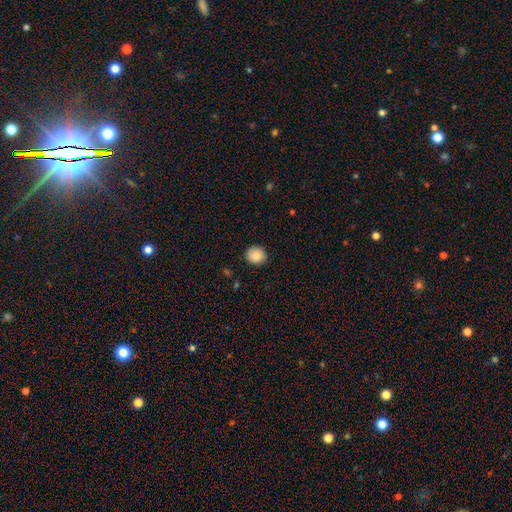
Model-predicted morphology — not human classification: Smooth or featured?
  - smooth: 88% *
  - star or artifact: 8%
  - featured or disk: 4%
How rounded?
  - round: 80% *
  - in between: 19%
  - cigar-shaped: 1%
Merging?
  - none: 87% *
  - minor disturbance: 10%
  - major disturbance: 2%
  - merger: 1%